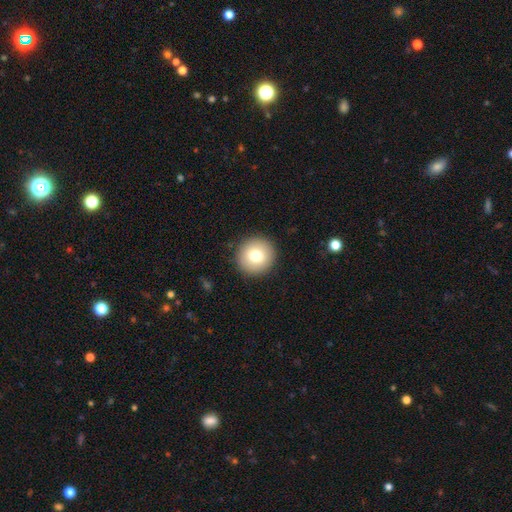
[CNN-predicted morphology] A smooth galaxy with no disk features (76%) that is round (94%). Merging: none (92%).